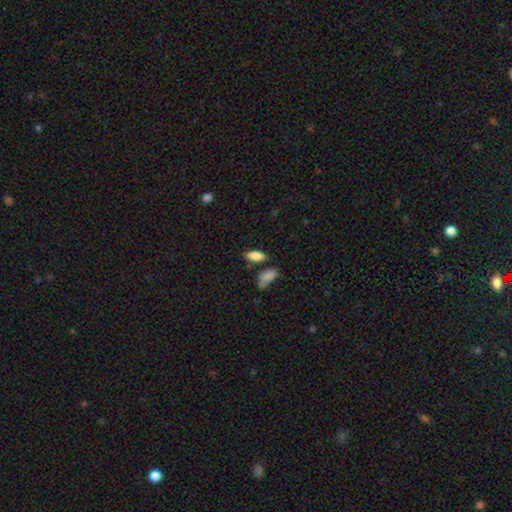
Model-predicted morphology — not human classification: Smooth or featured? smooth (82%)
How rounded? in between (80%)
Merging? none (70%)